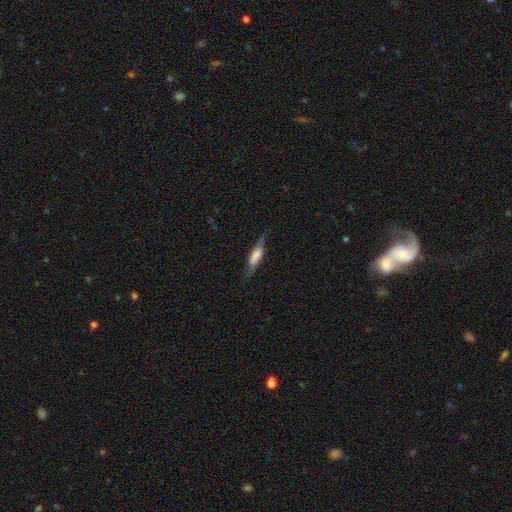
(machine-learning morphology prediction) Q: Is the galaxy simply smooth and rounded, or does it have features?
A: smooth — 55%.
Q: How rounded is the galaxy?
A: cigar-shaped — 69%.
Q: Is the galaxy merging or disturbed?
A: none — 72%.